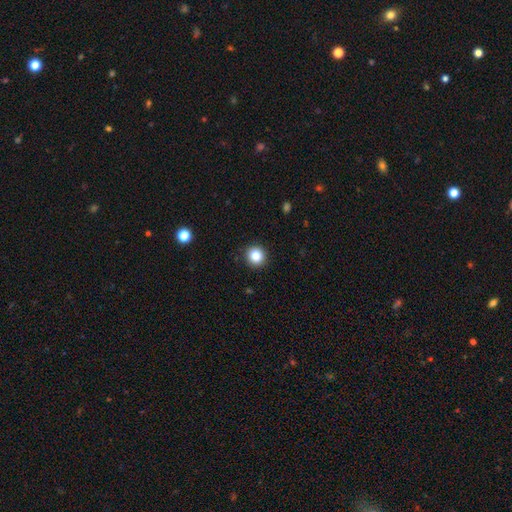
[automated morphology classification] Smooth or featured? smooth (85%)
How rounded? round (93%)
Merging? none (92%)